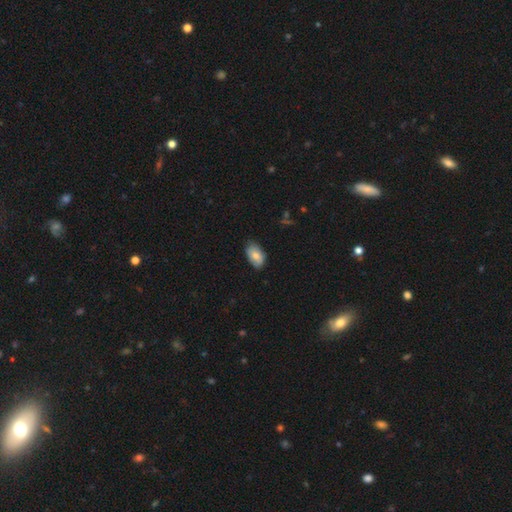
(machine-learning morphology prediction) smooth-or-featured: smooth: 76% | featured or disk: 17% | star or artifact: 7%
  how-rounded: in between: 93% | round: 6% | cigar-shaped: 2%
  merging: none: 72% | minor disturbance: 24% | major disturbance: 3% | merger: 1%